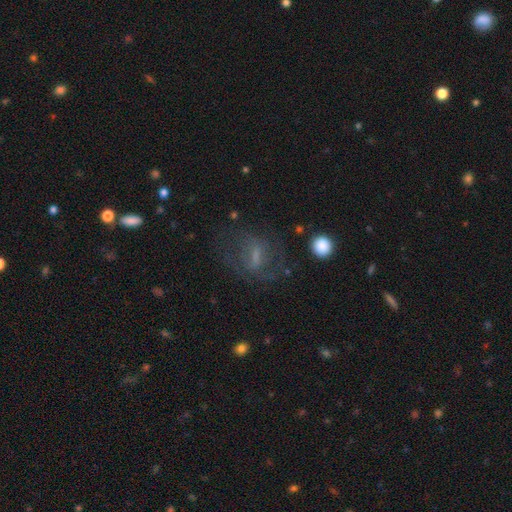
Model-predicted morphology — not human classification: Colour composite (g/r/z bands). It shows a featured or disk galaxy (44%). Merging: none (58%).